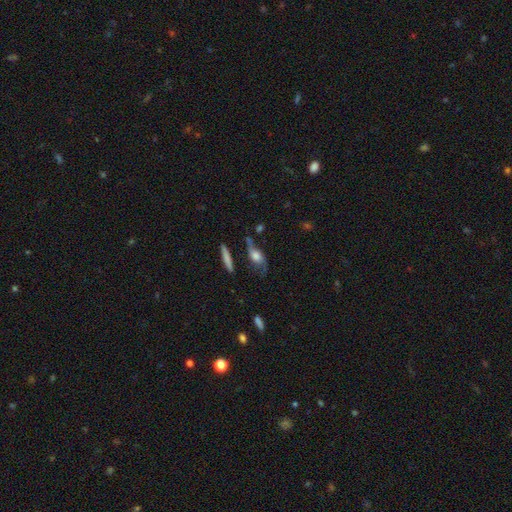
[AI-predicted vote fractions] A featured or disk galaxy (59%). Merging: none (53%).